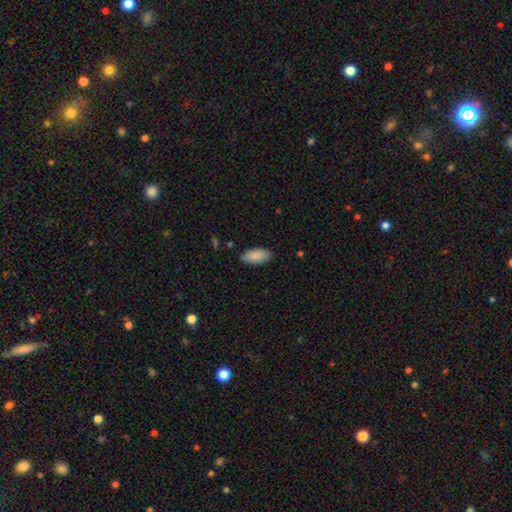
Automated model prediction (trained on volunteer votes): The model was most divided on "merging": none: 87%, minor disturbance: 10%, major disturbance: 2%, merger: 1%. More confident: how rounded — in between (92%); smooth or featured — smooth (89%).